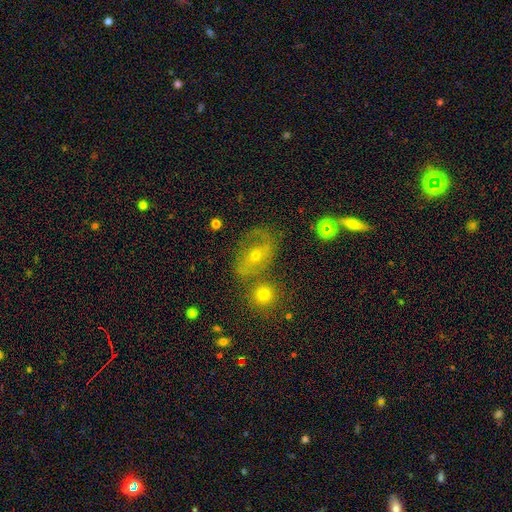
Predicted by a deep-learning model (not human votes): featured or disk 52%, smooth 33%, star or artifact 15%. Down the decision tree: edge-on disk — no (94%); merging — none (54%).